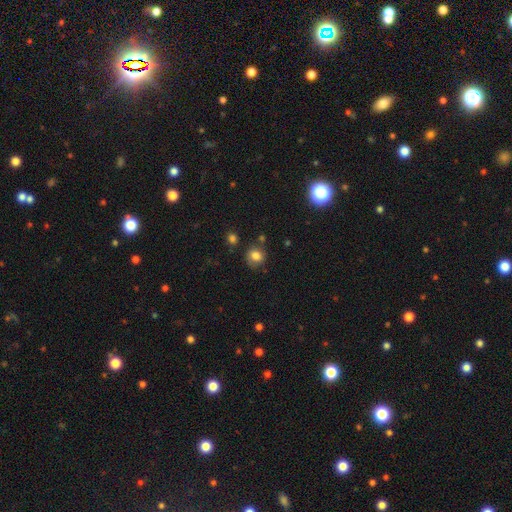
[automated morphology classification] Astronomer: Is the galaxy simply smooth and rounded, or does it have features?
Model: smooth — 81%.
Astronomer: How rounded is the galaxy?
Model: round — 79%.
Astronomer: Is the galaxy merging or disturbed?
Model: none — 78%.